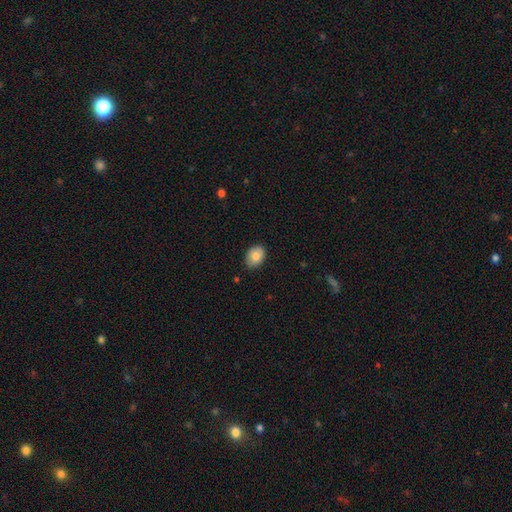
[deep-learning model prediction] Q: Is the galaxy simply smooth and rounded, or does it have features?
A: smooth — 84%.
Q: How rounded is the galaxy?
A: in between — 76%.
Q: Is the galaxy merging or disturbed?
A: none — 81%.